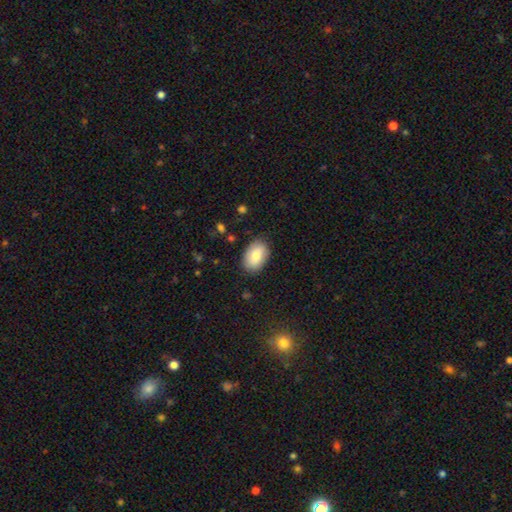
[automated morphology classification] This is likely a smooth galaxy (79%). How rounded: clearly in between (89%). Merging: clearly none (85%).